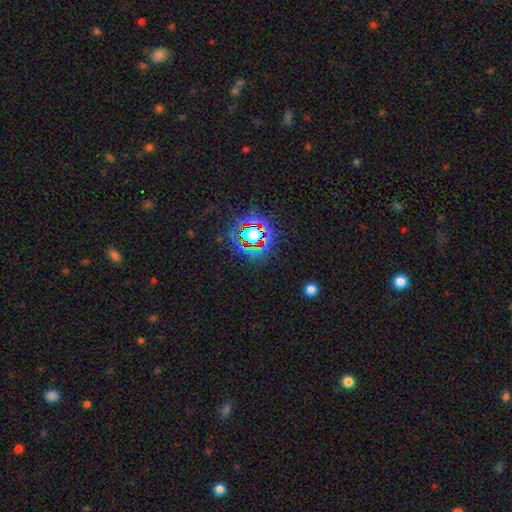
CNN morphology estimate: Smooth or featured? star or artifact (79%)